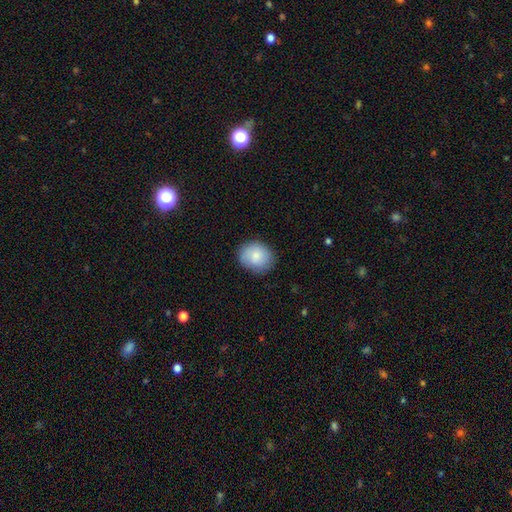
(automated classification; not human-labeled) A smooth galaxy with no disk features (82%) that is round (64%). Merging: none (82%).